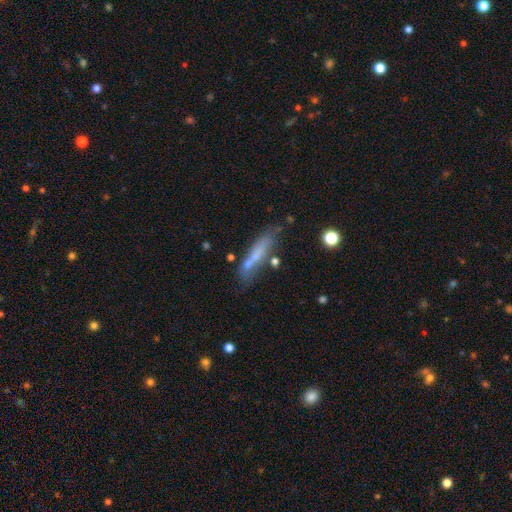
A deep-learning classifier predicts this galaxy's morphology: Smooth or featured? smooth (57%)
How rounded? cigar-shaped (78%)
Merging? none (58%)